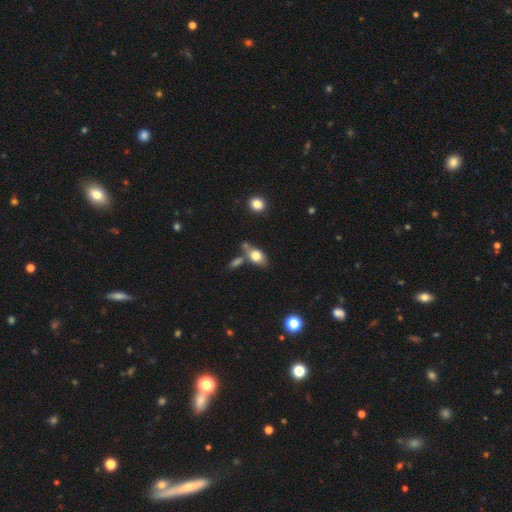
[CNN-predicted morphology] smooth 77%, featured or disk 14%, star or artifact 9%. Down the decision tree: how rounded — in between (82%); merging — none (51%).